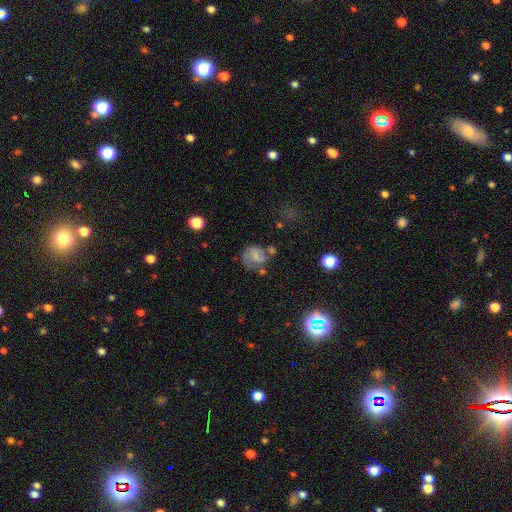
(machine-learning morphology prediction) The model was most divided on "smooth or featured": smooth: 47%, featured or disk: 41%, star or artifact: 12%. Remaining: merging — none (40%).